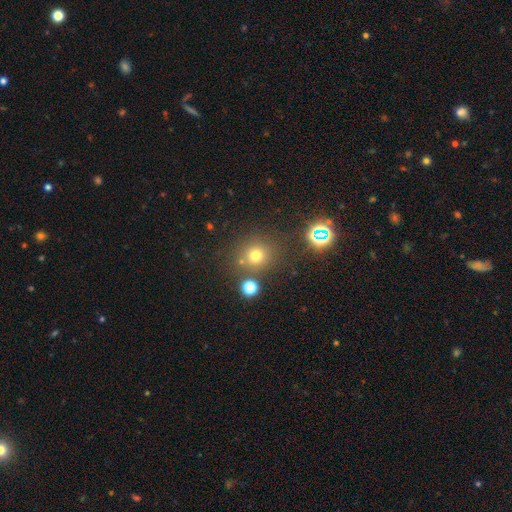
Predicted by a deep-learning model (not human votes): smooth-or-featured: smooth: 69% | star or artifact: 23% | featured or disk: 8%
  how-rounded: round: 90% | in between: 9% | cigar-shaped: 1%
  merging: none: 77% | merger: 9% | minor disturbance: 9% | major disturbance: 4%